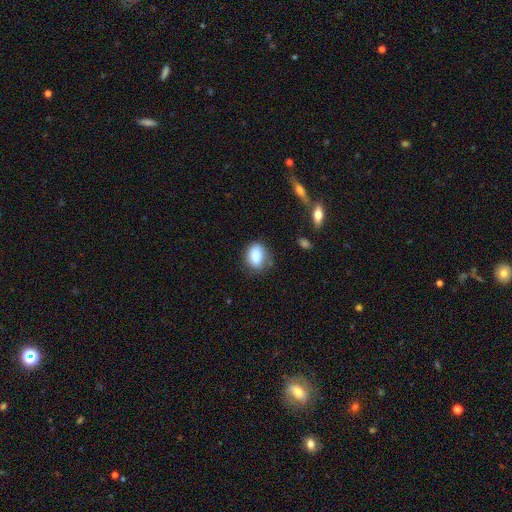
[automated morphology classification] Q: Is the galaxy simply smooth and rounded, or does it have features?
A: smooth — 84%.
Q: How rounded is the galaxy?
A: in between — 74%.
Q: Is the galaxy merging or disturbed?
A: none — 69%.